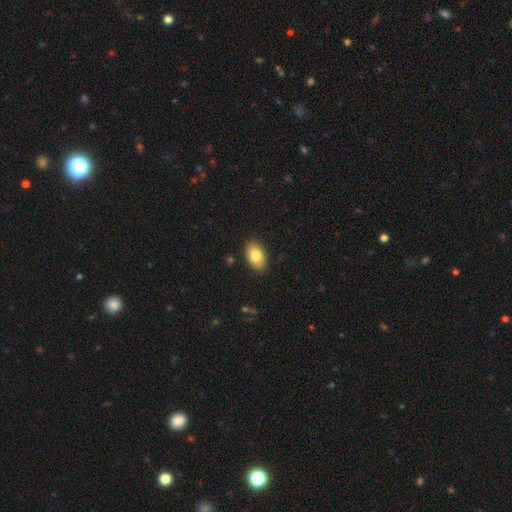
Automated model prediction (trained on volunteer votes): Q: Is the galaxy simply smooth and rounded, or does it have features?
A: smooth — 81%.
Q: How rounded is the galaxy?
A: in between — 91%.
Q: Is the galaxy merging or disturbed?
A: none — 88%.